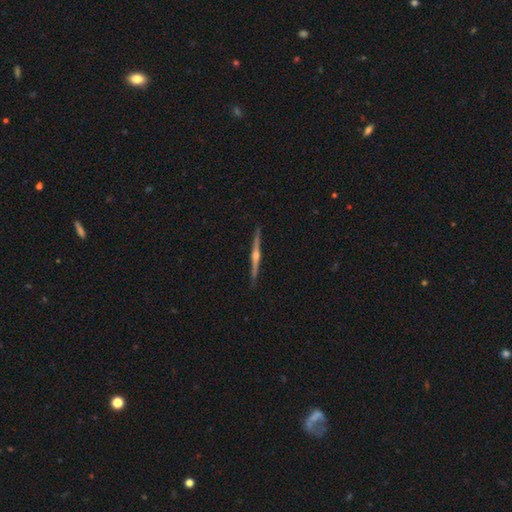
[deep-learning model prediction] Overall: featured or disk (85%). Edge-on disk: yes (99%). Edge-on bulge: rounded (89%). Merging: none (92%).